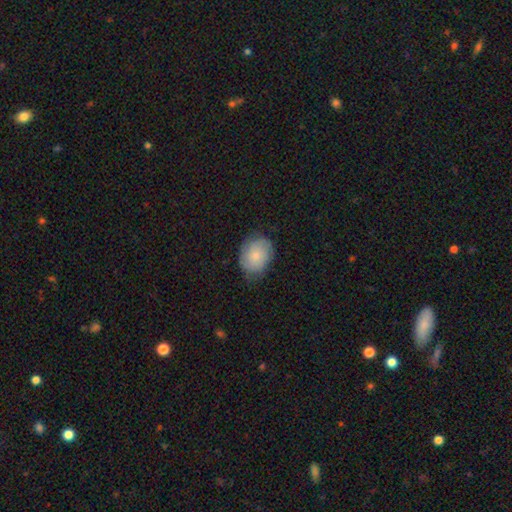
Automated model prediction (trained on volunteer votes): Overall: smooth (67%). How rounded: in between (62%; round 37%). Merging: none (69%).